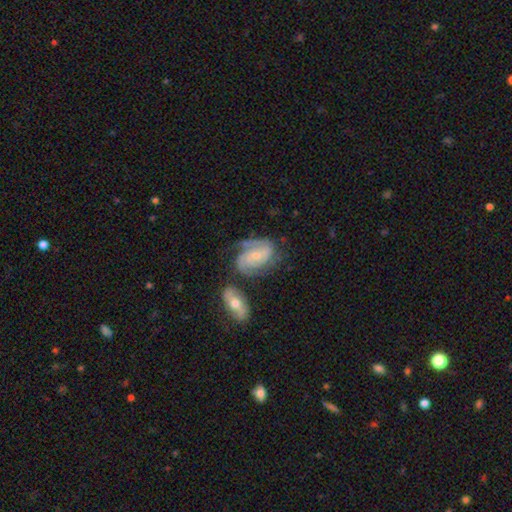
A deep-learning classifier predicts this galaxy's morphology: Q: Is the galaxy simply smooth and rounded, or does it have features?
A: featured or disk — 82%.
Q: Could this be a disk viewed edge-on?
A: no — 97%.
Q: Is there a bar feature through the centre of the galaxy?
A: no — 52%.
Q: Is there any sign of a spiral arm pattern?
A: yes — 96%.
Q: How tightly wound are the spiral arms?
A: tight — 47%.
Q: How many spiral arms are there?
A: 2 — 65%.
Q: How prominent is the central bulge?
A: small — 65%.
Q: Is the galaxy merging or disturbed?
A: none — 51%.